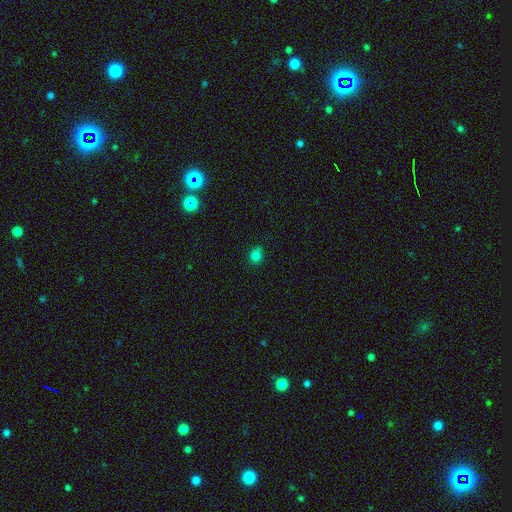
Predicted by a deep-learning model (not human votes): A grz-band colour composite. It shows a smooth galaxy with no disk features (81%) that is round (76%). Merging: none (83%).